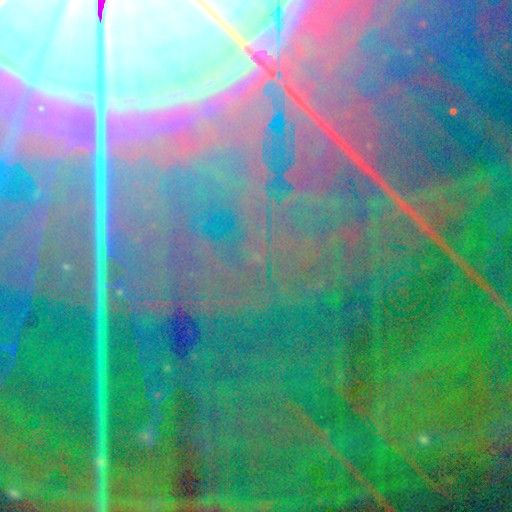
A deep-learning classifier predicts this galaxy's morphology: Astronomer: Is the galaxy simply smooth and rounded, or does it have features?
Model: star or artifact — 86%.